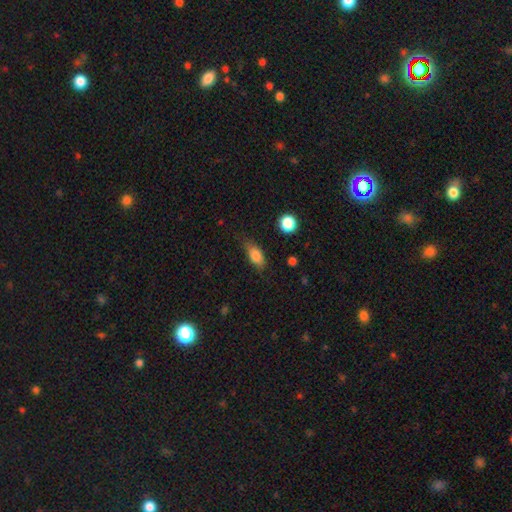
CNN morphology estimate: The model was most divided on "merging": none: 68%, minor disturbance: 24%, major disturbance: 6%, merger: 2%. More confident: how rounded — in between (81%); smooth or featured — smooth (81%).